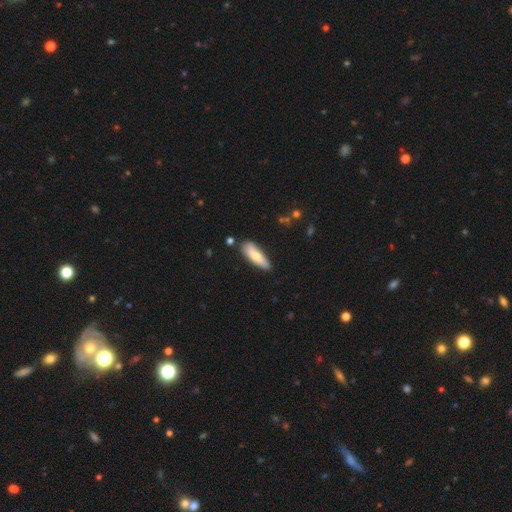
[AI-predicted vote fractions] smooth_or_featured: smooth (p=0.72) [alt: featured or disk p=0.23]
how_rounded: cigar-shaped (p=0.53) [alt: in between p=0.45]
merging: none (p=0.78) [alt: minor disturbance p=0.16]